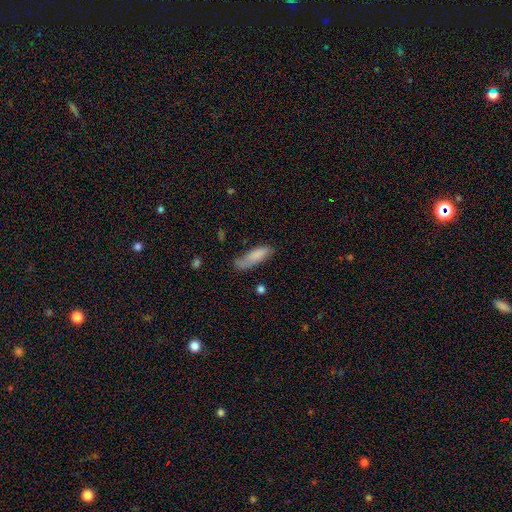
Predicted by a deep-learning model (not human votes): The model was most divided on "how rounded": in between: 55%, cigar-shaped: 43%, round: 2%. Remaining: smooth or featured — smooth (77%); merging — none (49%).